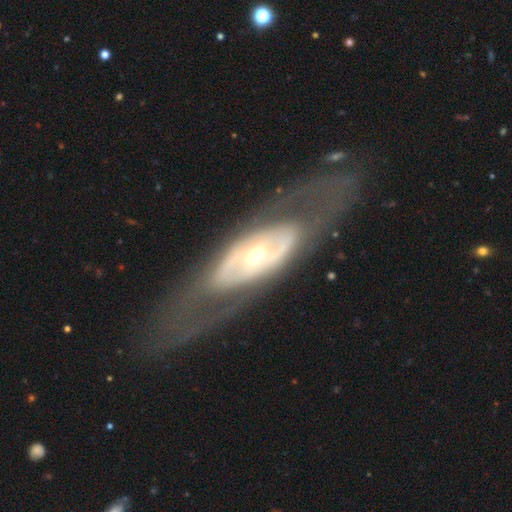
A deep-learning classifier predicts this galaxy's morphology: Q: Smooth or featured?
A: featured or disk (75%); runner-up: smooth (19%)
Q: Edge-on disk?
A: no (81%); runner-up: yes (19%)
Q: Bar?
A: no (65%); runner-up: weak (19%)
Q: Spiral arms?
A: no (71%); runner-up: yes (29%)
Q: Bulge size?
A: moderate (53%); runner-up: small (37%)
Q: Merging?
A: none (73%); runner-up: major disturbance (14%)